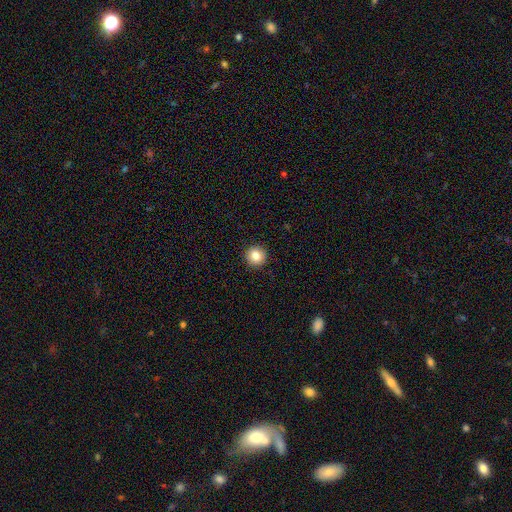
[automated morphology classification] type=smooth (84%); roundness=round (95%); merging=none (93%).